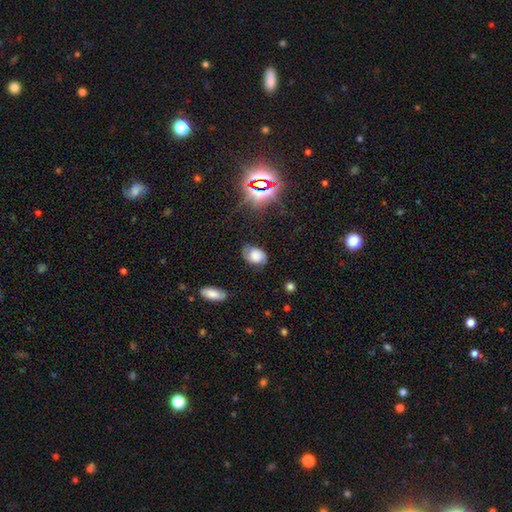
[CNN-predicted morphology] Smooth or featured: smooth — 63% (featured or disk — 23%)
How rounded: in between — 78% (round — 21%)
Merging: none — 62% (minor disturbance — 27%)